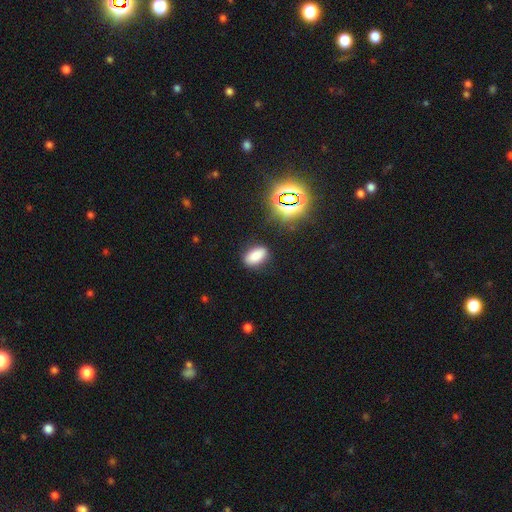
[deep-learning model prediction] Smooth or featured?
  - smooth: 80% *
  - star or artifact: 15%
  - featured or disk: 5%
How rounded?
  - in between: 90% *
  - round: 7%
  - cigar-shaped: 3%
Merging?
  - none: 85% *
  - minor disturbance: 10%
  - major disturbance: 3%
  - merger: 2%